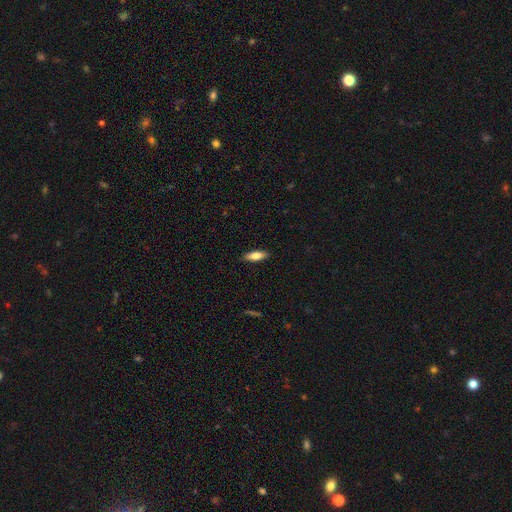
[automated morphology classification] Overall: smooth (73%). How rounded: in between (61%; cigar-shaped 36%). Merging: none (89%).